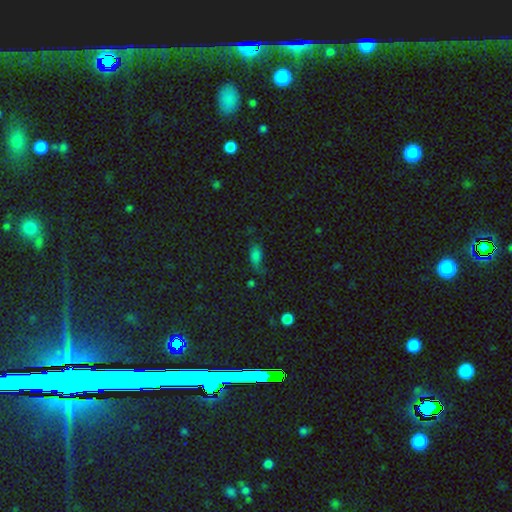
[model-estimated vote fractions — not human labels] Smooth or featured: smooth — 67% (star or artifact — 22%)
How rounded: in between — 83% (cigar-shaped — 9%)
Merging: none — 45% (minor disturbance — 28%)